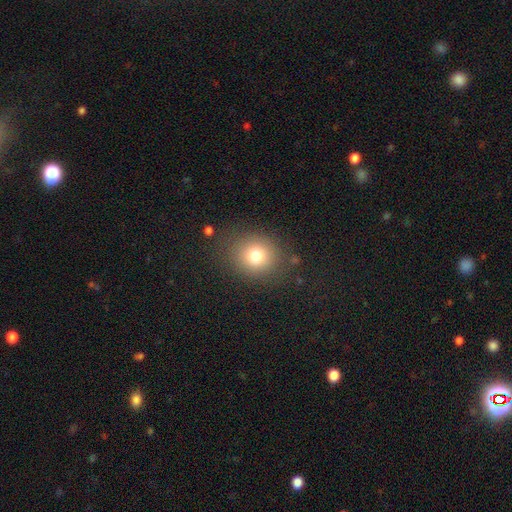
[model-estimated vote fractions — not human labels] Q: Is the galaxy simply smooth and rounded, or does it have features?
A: smooth — 77%.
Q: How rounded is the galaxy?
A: round — 78%.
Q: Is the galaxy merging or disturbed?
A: none — 82%.